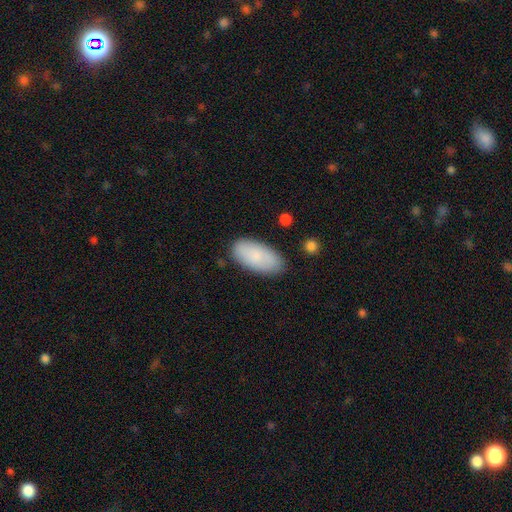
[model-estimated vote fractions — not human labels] Smooth or featured?
  - smooth: 83% *
  - featured or disk: 11%
  - star or artifact: 6%
How rounded?
  - in between: 94% *
  - cigar-shaped: 4%
  - round: 2%
Merging?
  - none: 82% *
  - minor disturbance: 13%
  - major disturbance: 3%
  - merger: 2%